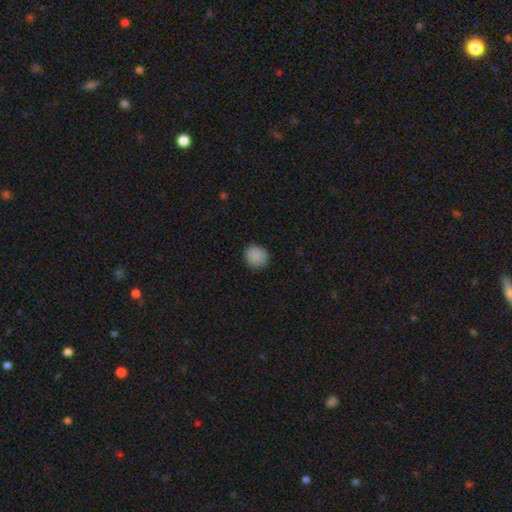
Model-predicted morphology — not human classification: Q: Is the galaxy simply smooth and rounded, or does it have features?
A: smooth — 87%.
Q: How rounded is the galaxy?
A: round — 84%.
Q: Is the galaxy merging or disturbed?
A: none — 88%.